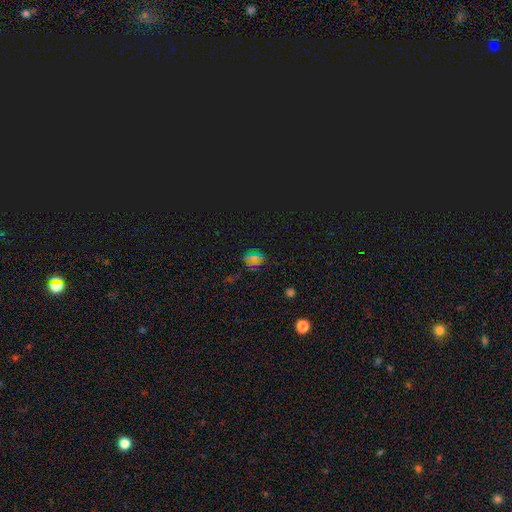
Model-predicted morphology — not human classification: This appears to be a star or artifact, not a galaxy (66%).